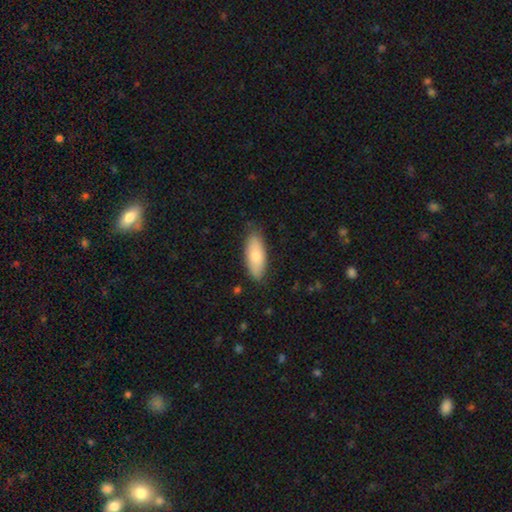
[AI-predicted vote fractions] smooth-or-featured: smooth: 77% | featured or disk: 18% | star or artifact: 5%
  how-rounded: in between: 79% | cigar-shaped: 19% | round: 2%
  merging: none: 82% | minor disturbance: 14% | major disturbance: 2% | merger: 1%